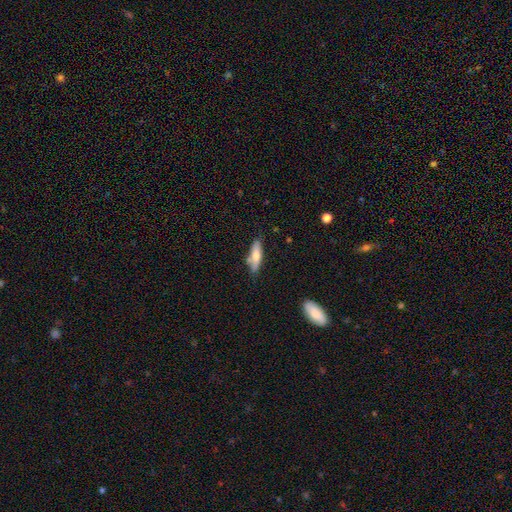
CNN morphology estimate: Smooth or featured: smooth — 71% (featured or disk — 23%)
How rounded: cigar-shaped — 53% (in between — 45%)
Merging: none — 70% (minor disturbance — 20%)